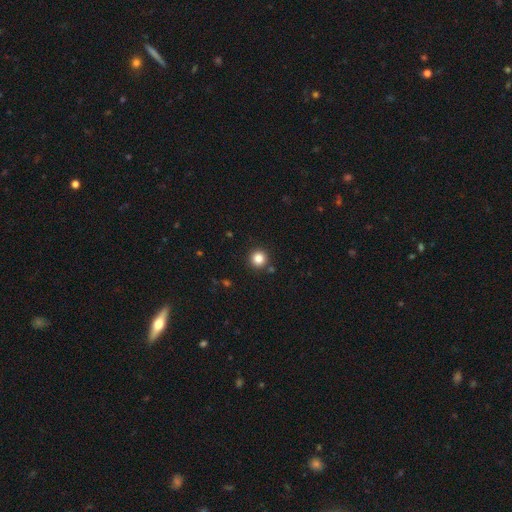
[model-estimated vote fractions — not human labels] Q: Smooth or featured?
A: smooth (82%); runner-up: star or artifact (13%)
Q: How rounded?
A: round (96%); runner-up: in between (3%)
Q: Merging?
A: none (91%); runner-up: minor disturbance (5%)